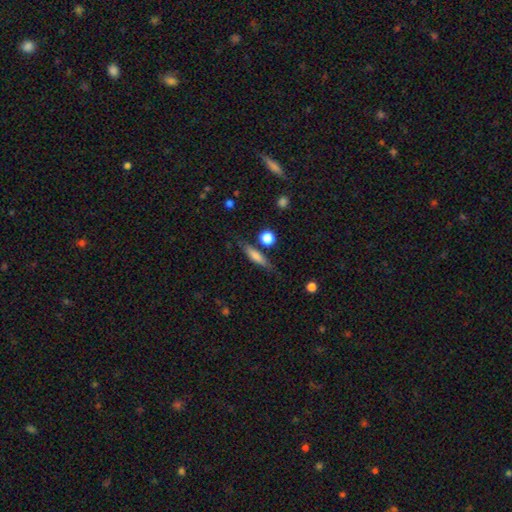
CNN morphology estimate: Smooth or featured?
  - smooth: 64% *
  - featured or disk: 28%
  - star or artifact: 8%
How rounded?
  - cigar-shaped: 75% *
  - in between: 21%
  - round: 4%
Merging?
  - none: 75% *
  - minor disturbance: 15%
  - merger: 5%
  - major disturbance: 4%